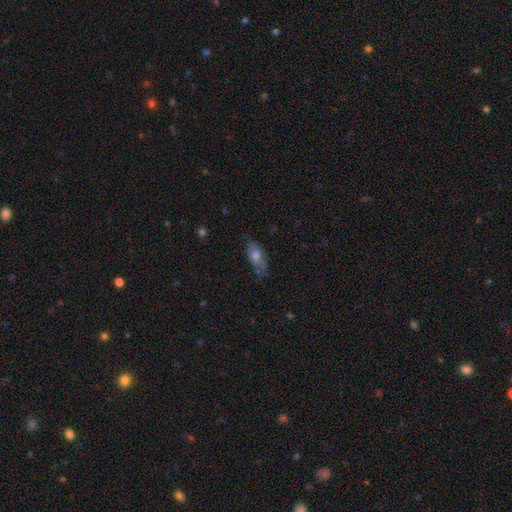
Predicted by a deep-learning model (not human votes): Smooth or featured? smooth (62%)
How rounded? in between (73%)
Merging? none (65%)